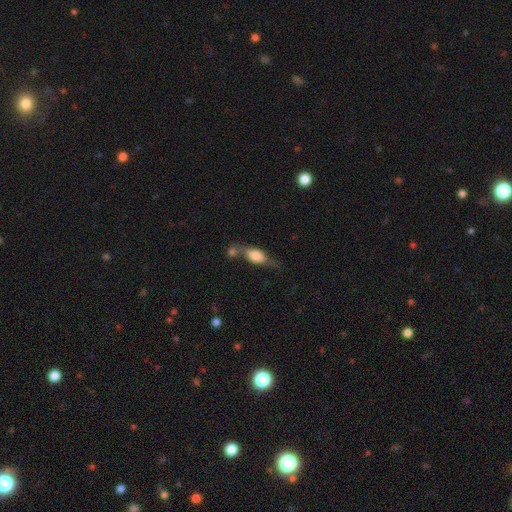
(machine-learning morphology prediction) Q: Smooth or featured?
A: smooth (65%); runner-up: featured or disk (27%)
Q: How rounded?
A: in between (76%); runner-up: cigar-shaped (17%)
Q: Merging?
A: merger (35%); runner-up: none (34%)